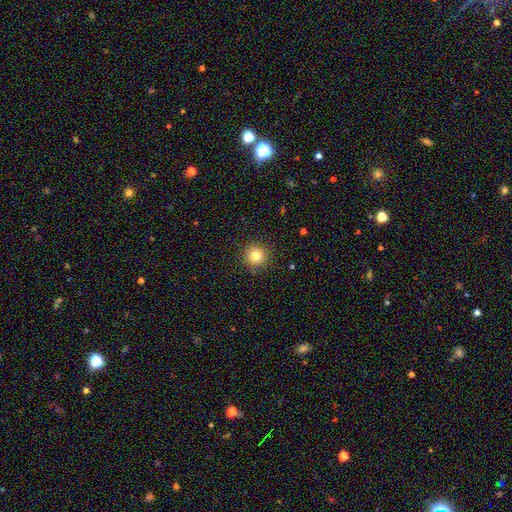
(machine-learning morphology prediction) Q: Smooth or featured?
A: smooth (80%); runner-up: star or artifact (12%)
Q: How rounded?
A: round (95%); runner-up: in between (4%)
Q: Merging?
A: none (91%); runner-up: minor disturbance (6%)